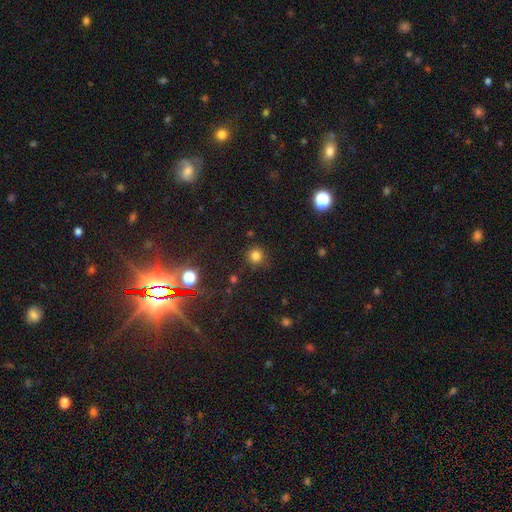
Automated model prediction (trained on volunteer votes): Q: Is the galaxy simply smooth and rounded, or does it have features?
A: smooth — 79%.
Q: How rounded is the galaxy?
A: round — 94%.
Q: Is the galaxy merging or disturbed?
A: none — 85%.